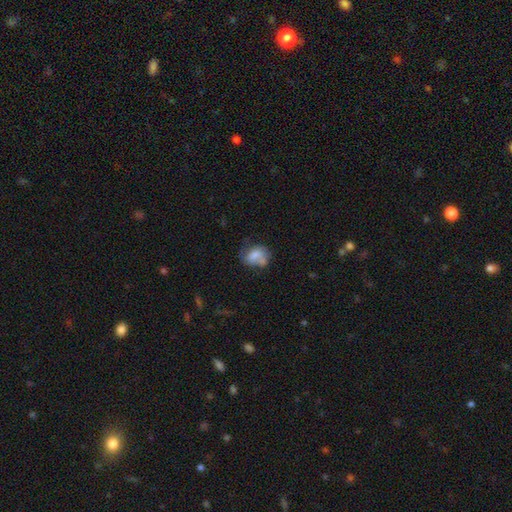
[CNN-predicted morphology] Smooth or featured? smooth (68%)
How rounded? in between (63%)
Merging? none (36%)